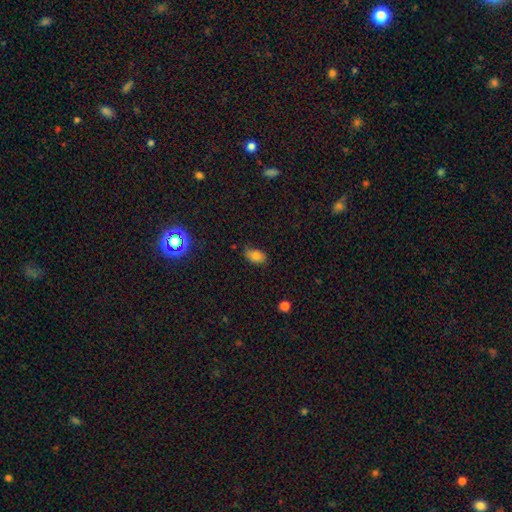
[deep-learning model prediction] Q: Smooth or featured?
A: smooth (80%); runner-up: star or artifact (12%)
Q: How rounded?
A: in between (87%); runner-up: round (11%)
Q: Merging?
A: none (70%); runner-up: minor disturbance (24%)